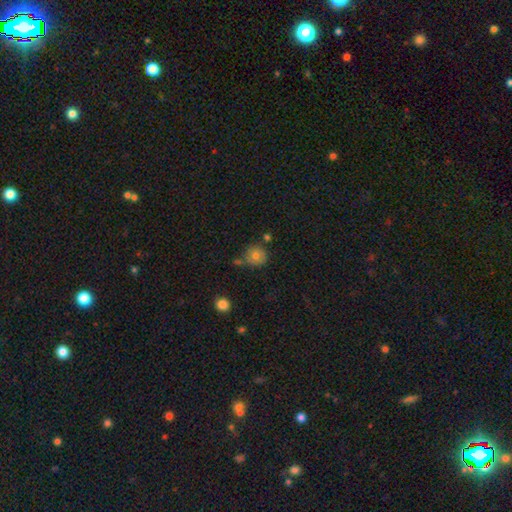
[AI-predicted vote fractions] A smooth galaxy with no disk features (69%) that is round (87%).

Vote fractions:
- Smooth or featured? smooth: 69% / featured or disk: 21% / star or artifact: 10%
- How rounded? round: 87% / in between: 12% / cigar-shaped: 1%
- Merging? none: 61% / minor disturbance: 20% / merger: 13% / major disturbance: 6%